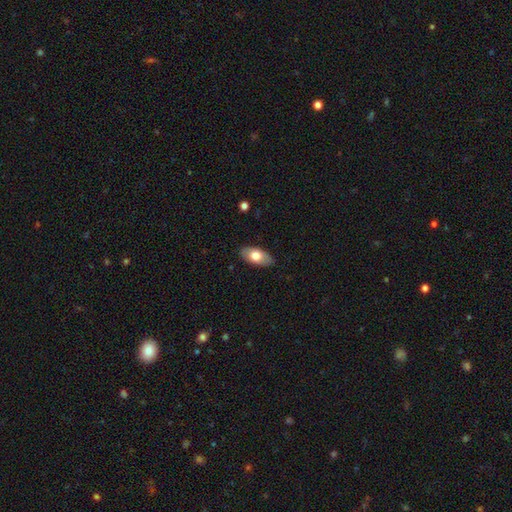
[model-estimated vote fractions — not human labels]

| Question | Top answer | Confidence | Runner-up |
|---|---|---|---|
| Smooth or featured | smooth | 71% | featured or disk (23%) |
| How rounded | in between | 93% | cigar-shaped (4%) |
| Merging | none | 87% | minor disturbance (10%) |